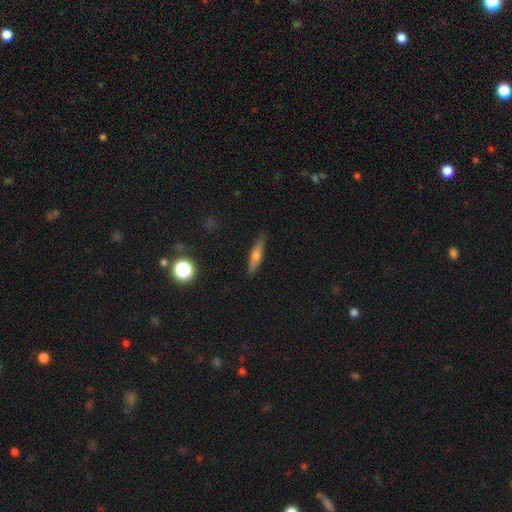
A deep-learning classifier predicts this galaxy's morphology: type=smooth (53%); roundness=cigar-shaped (78%); merging=none (88%).